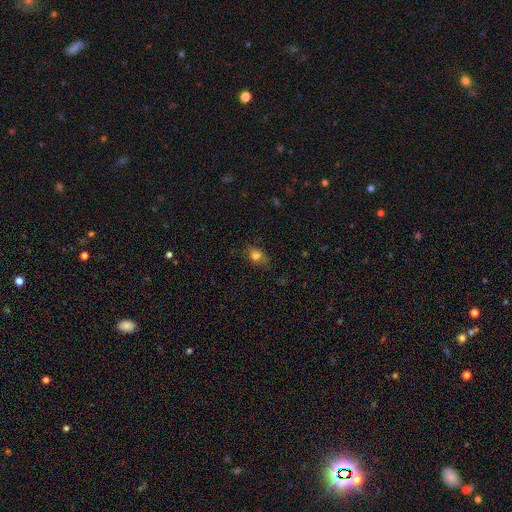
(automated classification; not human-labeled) smooth 76%, star or artifact 13%, featured or disk 11%. Down the decision tree: how rounded — in between (74%); merging — none (69%).